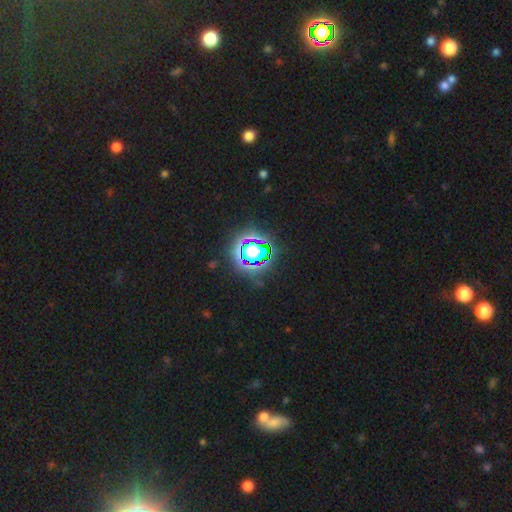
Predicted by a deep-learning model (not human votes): This is likely a star or artifact rather than a galaxy (66%).